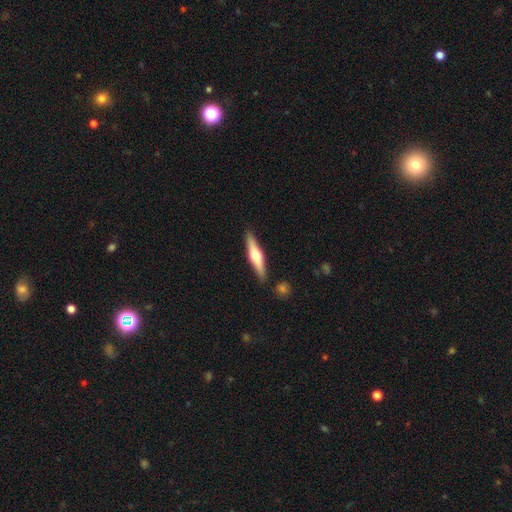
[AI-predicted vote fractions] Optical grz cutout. It shows a featured or disk galaxy (60%) viewed edge-on (96%) with a rounded central bulge (94%). Merging: none (88%).